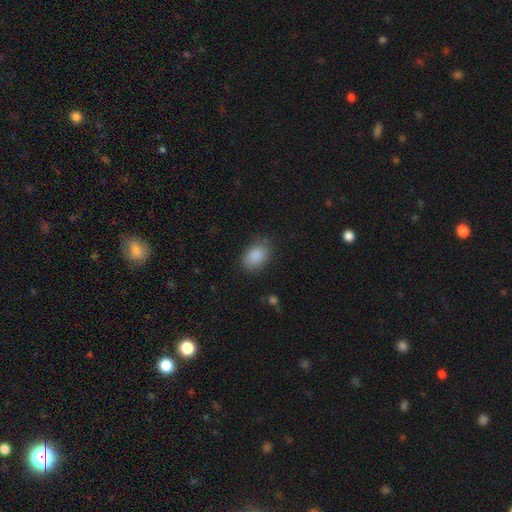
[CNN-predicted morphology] This appears to be a smooth galaxy with no disk features (88%) that is in between round and cigar-shaped (84%). Merging: none (76%).